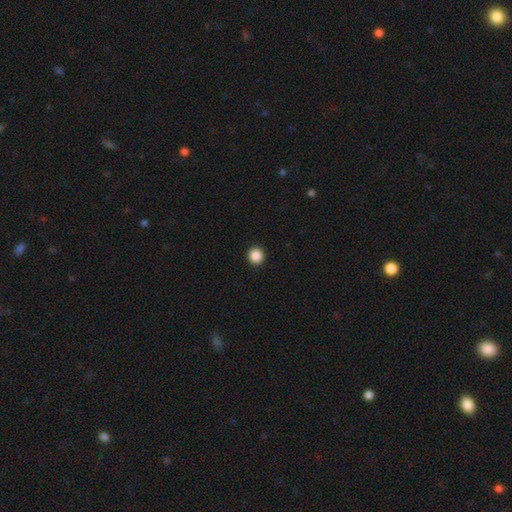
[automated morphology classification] smooth-or-featured: smooth: 88% | star or artifact: 10% | featured or disk: 2%
  how-rounded: round: 96% | in between: 3% | cigar-shaped: 1%
  merging: none: 94% | minor disturbance: 3% | major disturbance: 1% | merger: 1%